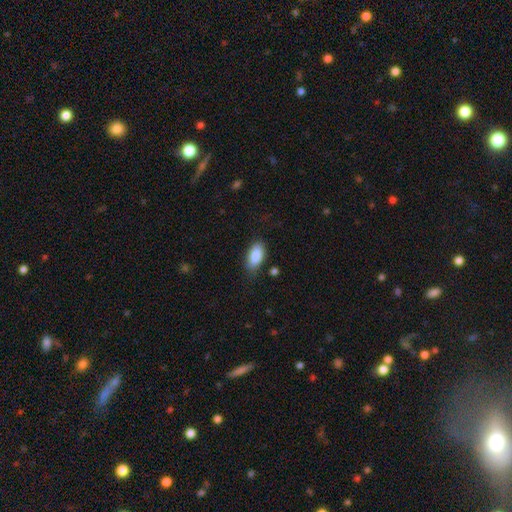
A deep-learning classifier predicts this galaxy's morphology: smooth_or_featured: smooth (p=0.88) [alt: star or artifact p=0.07]
how_rounded: in between (p=0.92) [alt: cigar-shaped p=0.05]
merging: none (p=0.73) [alt: minor disturbance p=0.21]